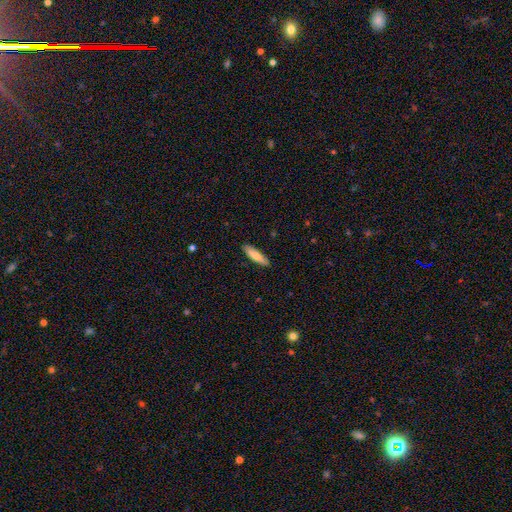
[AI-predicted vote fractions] Overall: smooth (78%). How rounded: cigar-shaped (71%). Merging: none (88%).